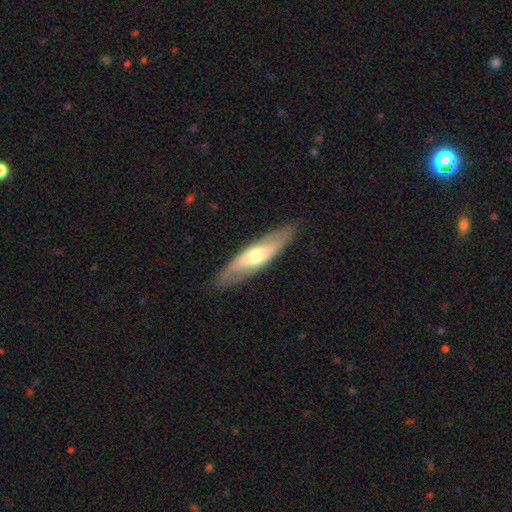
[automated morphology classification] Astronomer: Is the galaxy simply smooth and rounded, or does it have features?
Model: featured or disk — 51% (runner-up: smooth, 44%).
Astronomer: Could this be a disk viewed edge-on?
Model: yes — 57% (runner-up: no, 43%).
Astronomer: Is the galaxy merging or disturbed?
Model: none — 86%.